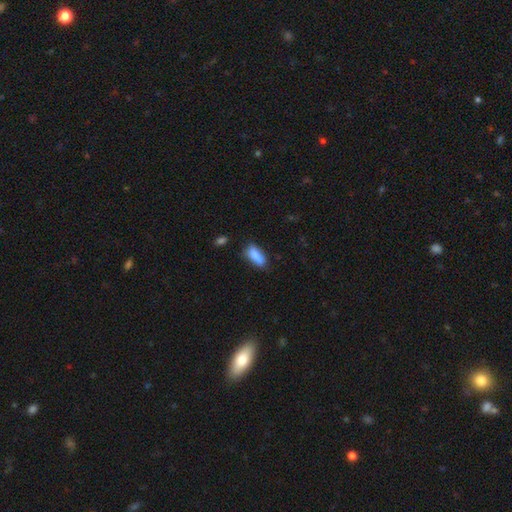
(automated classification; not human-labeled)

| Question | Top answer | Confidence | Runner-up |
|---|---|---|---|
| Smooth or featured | smooth | 83% | featured or disk (9%) |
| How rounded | in between | 66% | cigar-shaped (31%) |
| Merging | none | 61% | minor disturbance (24%) |